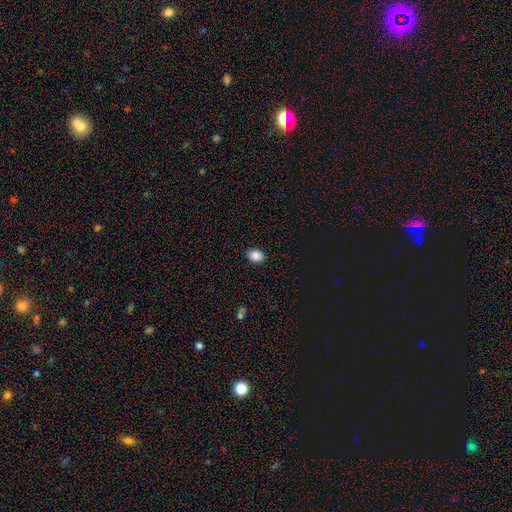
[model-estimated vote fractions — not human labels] Morphology: type=smooth (88%); roundness=in between (68%); merging=none (89%).